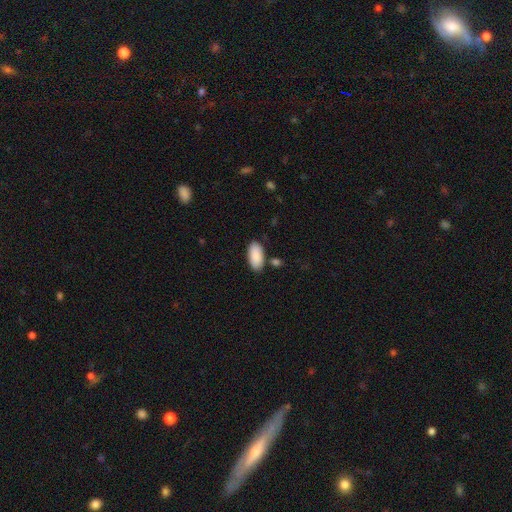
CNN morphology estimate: smooth-or-featured: smooth: 89% | star or artifact: 6% | featured or disk: 5%
  how-rounded: in between: 93% | cigar-shaped: 5% | round: 2%
  merging: none: 80% | minor disturbance: 11% | merger: 6% | major disturbance: 3%